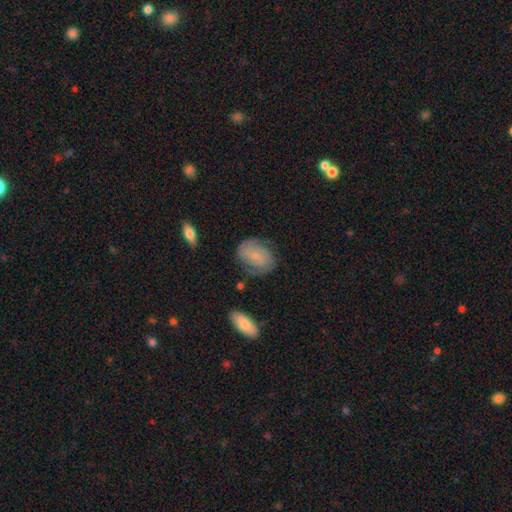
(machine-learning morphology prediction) This is likely a featured or disk galaxy (67%). It is clearly not viewed edge-on (97%). Bar: possibly no (52%). Spiral arm pattern: clearly yes (92%). Spiral arm count: likely 2 (65%). Spiral winding: possibly tight (57%). Central bulge: likely small (73%). Merging: likely none (76%).